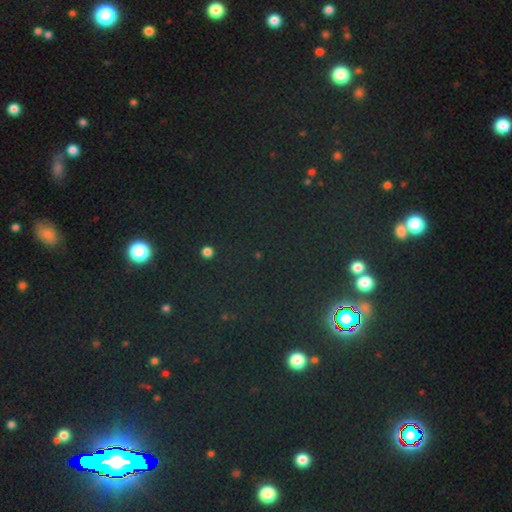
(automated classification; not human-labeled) This appears to be a star or artifact, not a galaxy (74%).